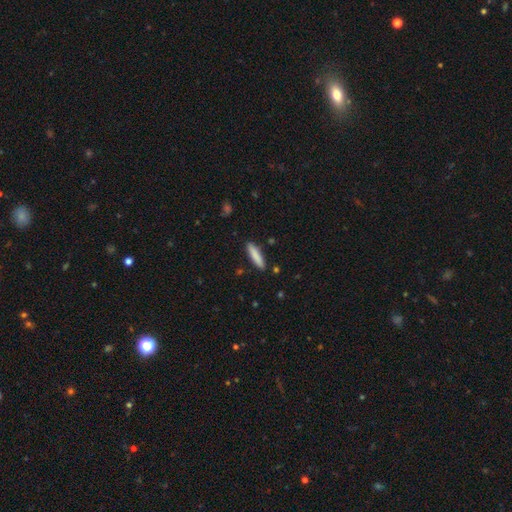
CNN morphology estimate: smooth_or_featured: smooth (p=0.84) [alt: featured or disk p=0.10]
how_rounded: cigar-shaped (p=0.85) [alt: in between p=0.14]
merging: none (p=0.88) [alt: minor disturbance p=0.08]